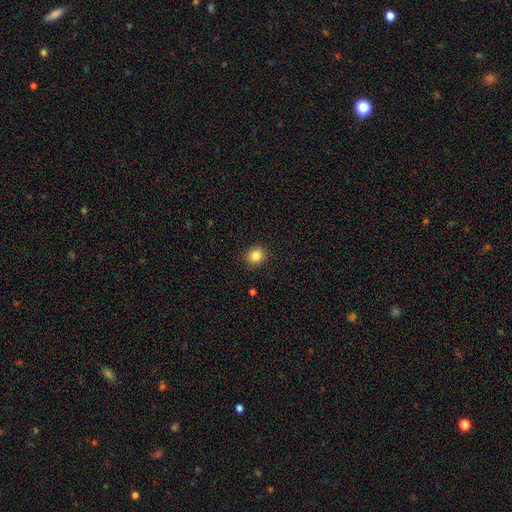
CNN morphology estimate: Smooth or featured?
  - smooth: 85% *
  - star or artifact: 11%
  - featured or disk: 5%
How rounded?
  - round: 86% *
  - in between: 13%
  - cigar-shaped: 1%
Merging?
  - none: 90% *
  - minor disturbance: 7%
  - major disturbance: 2%
  - merger: 1%